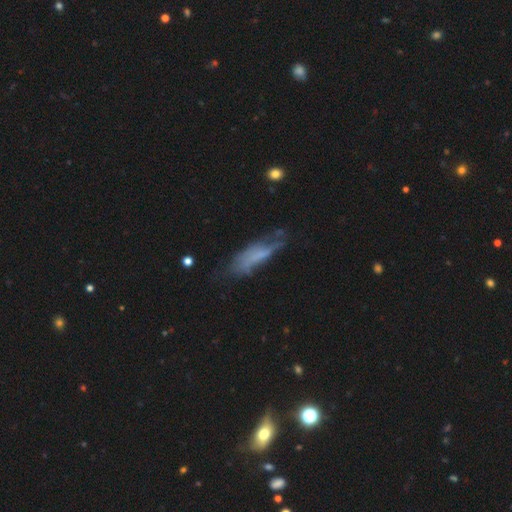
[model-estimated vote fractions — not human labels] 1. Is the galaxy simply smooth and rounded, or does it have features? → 50% smooth, 39% featured or disk, 11% star or artifact.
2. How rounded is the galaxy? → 53% cigar-shaped, 45% in between, 2% round.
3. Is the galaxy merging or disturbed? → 41% none, 31% minor disturbance, 23% major disturbance, 4% merger.